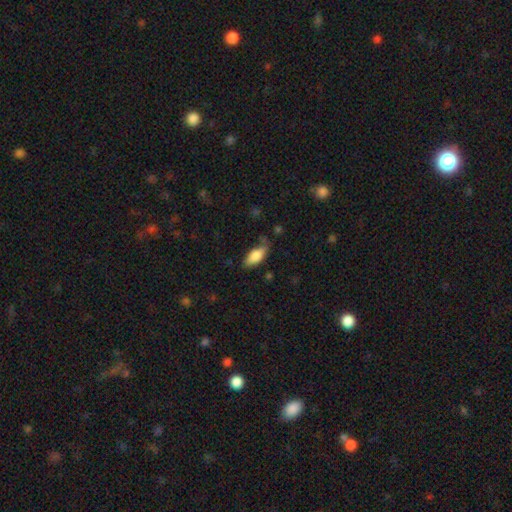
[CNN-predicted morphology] Smooth or featured: smooth — 78% (featured or disk — 15%)
How rounded: in between — 82% (cigar-shaped — 16%)
Merging: none — 62% (minor disturbance — 27%)